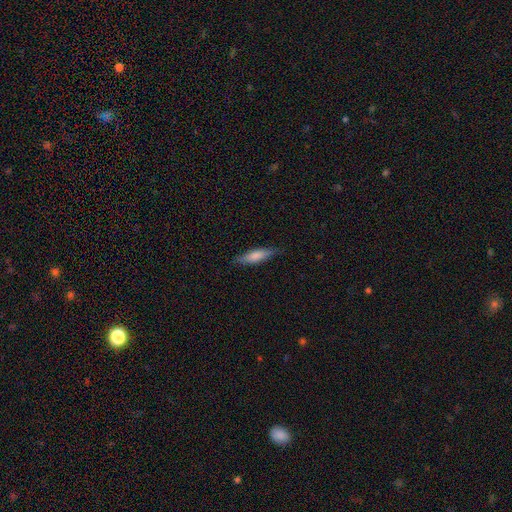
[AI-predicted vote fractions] Smooth or featured: smooth — 70% (featured or disk — 24%)
How rounded: cigar-shaped — 67% (in between — 32%)
Merging: none — 82% (minor disturbance — 14%)